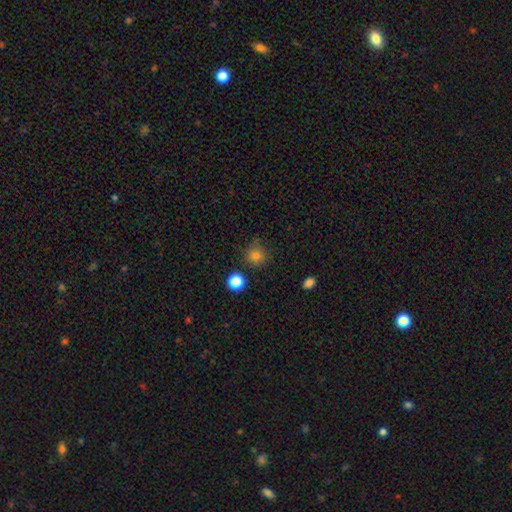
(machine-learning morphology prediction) smooth-or-featured: smooth: 79% | star or artifact: 14% | featured or disk: 6%
  how-rounded: round: 92% | in between: 7% | cigar-shaped: 1%
  merging: none: 82% | minor disturbance: 11% | merger: 3% | major disturbance: 3%